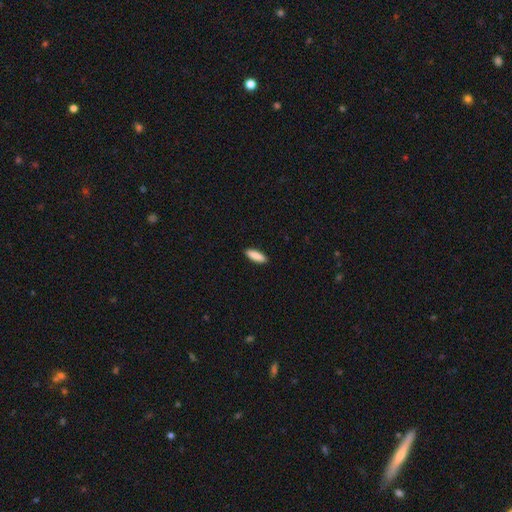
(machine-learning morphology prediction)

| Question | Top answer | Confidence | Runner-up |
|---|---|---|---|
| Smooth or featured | smooth | 89% | star or artifact (6%) |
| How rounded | cigar-shaped | 50% | in between (49%) |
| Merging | none | 90% | minor disturbance (7%) |